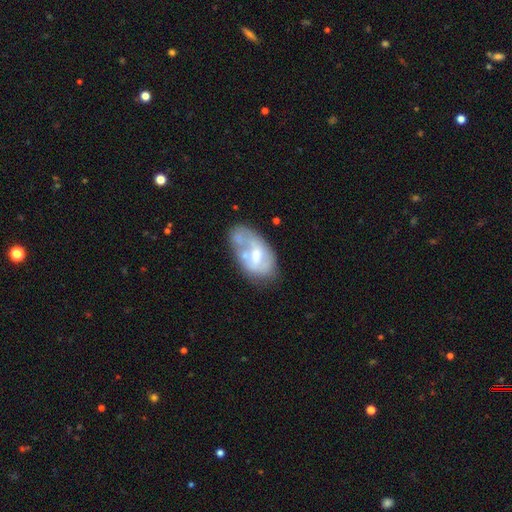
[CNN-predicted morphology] This appears to be a featured or disk galaxy (57%) with no bar (56%), no spiral arms (65%) and a moderate central bulge (55%). Merging: none (35%).